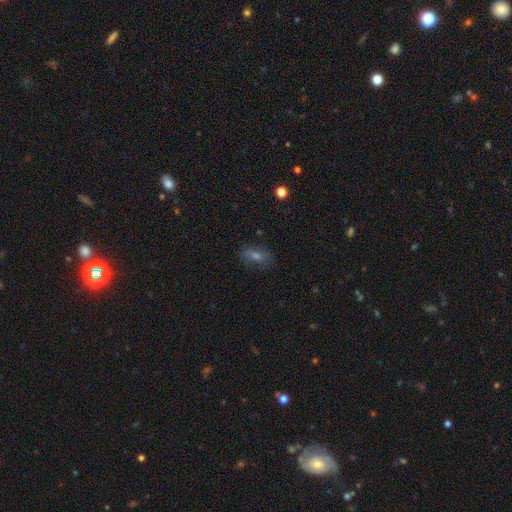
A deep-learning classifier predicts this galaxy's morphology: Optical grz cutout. It shows a smooth galaxy with no disk features (51%) that is in between round and cigar-shaped (76%). Merging: none (79%).